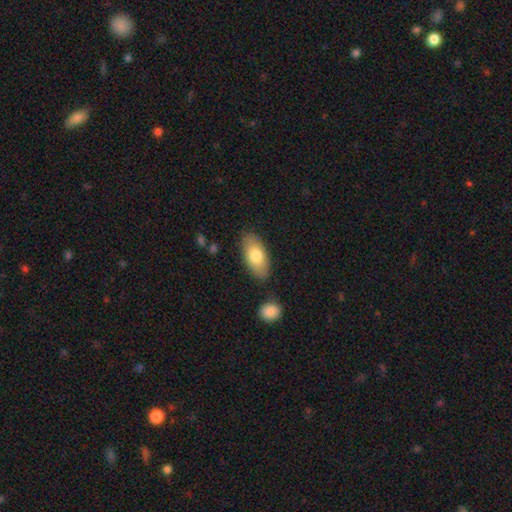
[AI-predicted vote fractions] This is likely a smooth galaxy (77%). How rounded: clearly in between (91%). Merging: clearly none (80%).